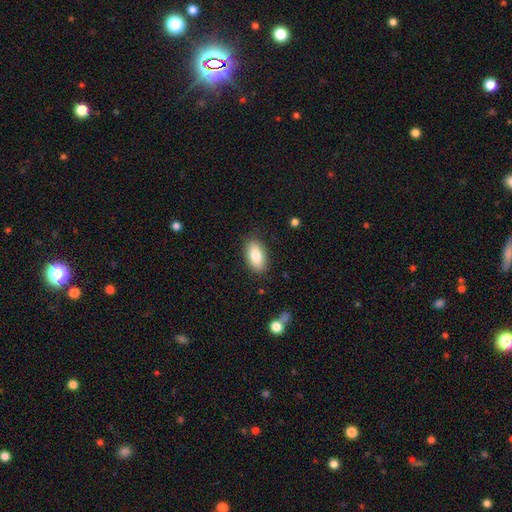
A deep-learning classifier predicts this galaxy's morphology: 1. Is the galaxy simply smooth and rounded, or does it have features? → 84% smooth, 9% featured or disk, 7% star or artifact.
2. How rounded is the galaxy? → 91% in between, 6% cigar-shaped, 3% round.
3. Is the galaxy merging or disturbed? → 86% none, 10% minor disturbance, 3% major disturbance, 1% merger.